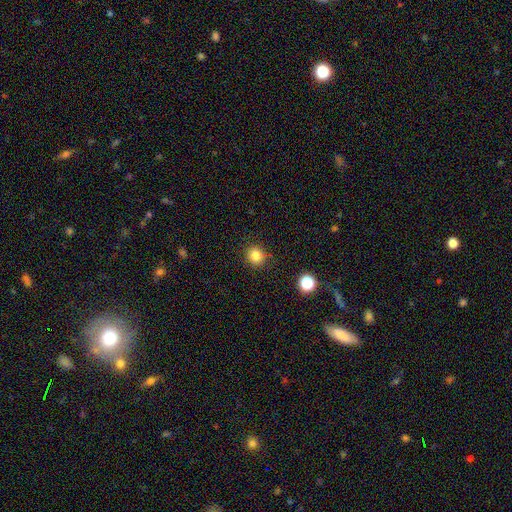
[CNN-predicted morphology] This is clearly a smooth galaxy (83%). How rounded: clearly round (87%). Merging: clearly none (88%).